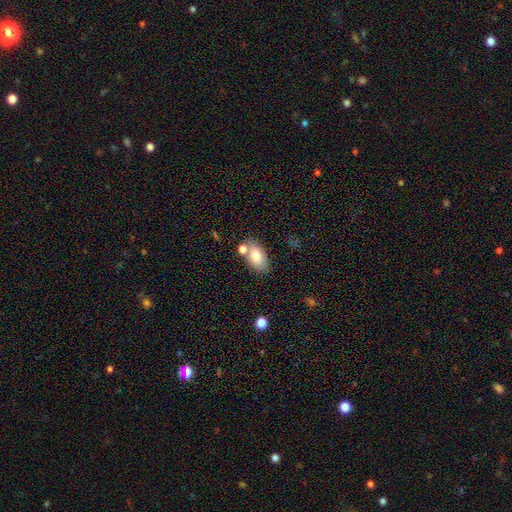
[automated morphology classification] smooth-or-featured: smooth: 78% | featured or disk: 15% | star or artifact: 8%
  how-rounded: in between: 92% | round: 6% | cigar-shaped: 2%
  merging: none: 65% | merger: 17% | minor disturbance: 15% | major disturbance: 4%